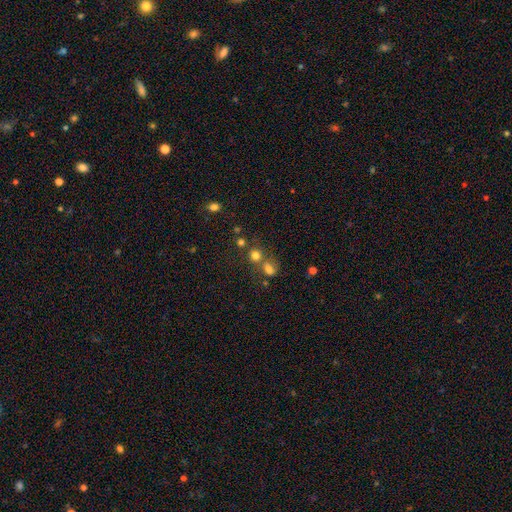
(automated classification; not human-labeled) smooth 72%, star or artifact 19%, featured or disk 9%. Down the decision tree: how rounded — round (83%); merging — none (50%).